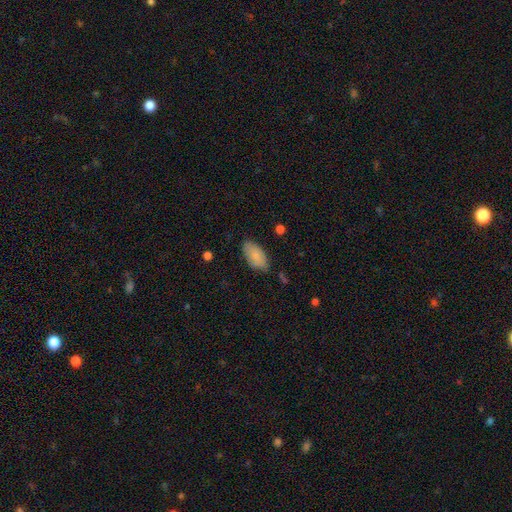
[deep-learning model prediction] Smooth or featured?
  - smooth: 85% *
  - featured or disk: 9%
  - star or artifact: 6%
How rounded?
  - in between: 94% *
  - cigar-shaped: 3%
  - round: 2%
Merging?
  - none: 73% *
  - minor disturbance: 21%
  - major disturbance: 4%
  - merger: 2%